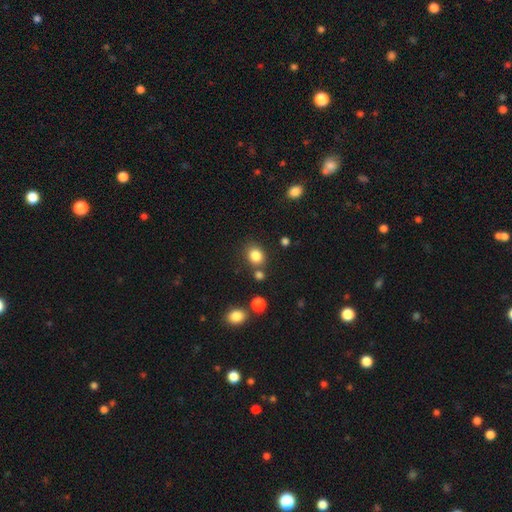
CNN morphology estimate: Smooth or featured?
  - smooth: 84% *
  - star or artifact: 11%
  - featured or disk: 5%
How rounded?
  - round: 61% *
  - in between: 38%
  - cigar-shaped: 1%
Merging?
  - none: 75% *
  - minor disturbance: 11%
  - merger: 10%
  - major disturbance: 4%